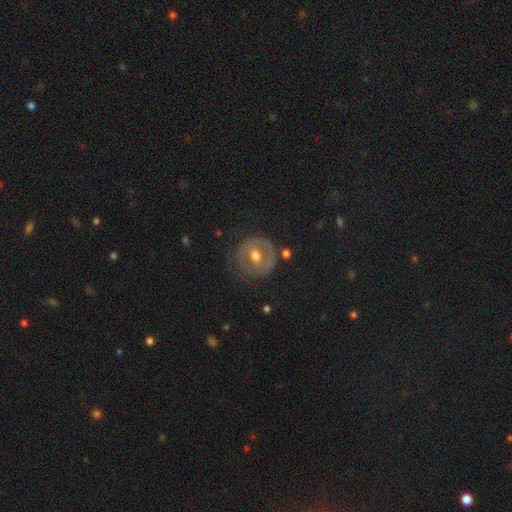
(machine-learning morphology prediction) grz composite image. It shows a featured or disk galaxy (62%) with no bar (41%, tied with weak), no spiral arms (60%) and a moderate central bulge (76%). Merging: none (70%).